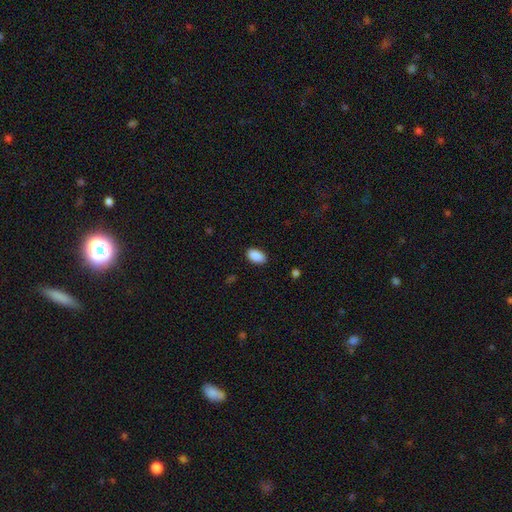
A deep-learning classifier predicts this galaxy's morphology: Smooth or featured? Predicted: smooth (p=0.90). How rounded? Predicted: in between (p=0.93). Merging? Predicted: none (p=0.87).